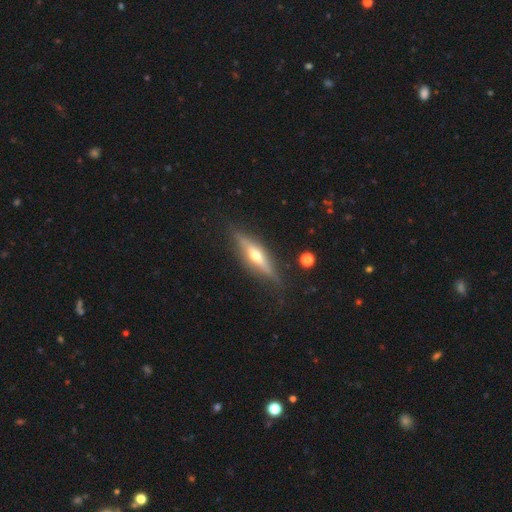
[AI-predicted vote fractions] Smooth or featured?
  - featured or disk: 69% *
  - smooth: 25%
  - star or artifact: 7%
Edge-on disk?
  - yes: 93% *
  - no: 7%
Edge-on bulge?
  - rounded: 89% *
  - none: 6%
  - boxy: 5%
Merging?
  - none: 83% *
  - minor disturbance: 12%
  - major disturbance: 3%
  - merger: 2%